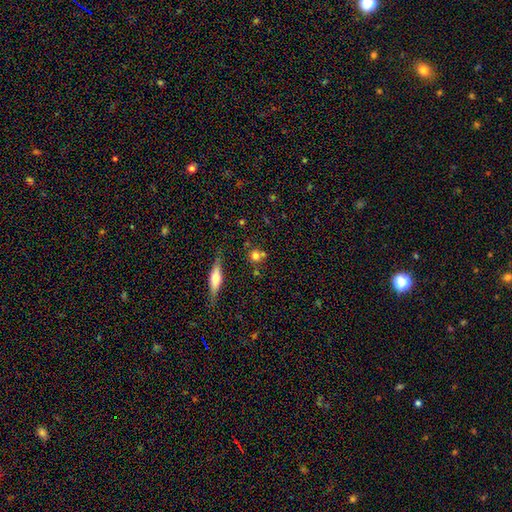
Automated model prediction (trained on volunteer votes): smooth-or-featured: smooth: 68% | featured or disk: 17% | star or artifact: 14%
  how-rounded: round: 81% | in between: 15% | cigar-shaped: 4%
  merging: none: 61% | merger: 23% | minor disturbance: 11% | major disturbance: 4%